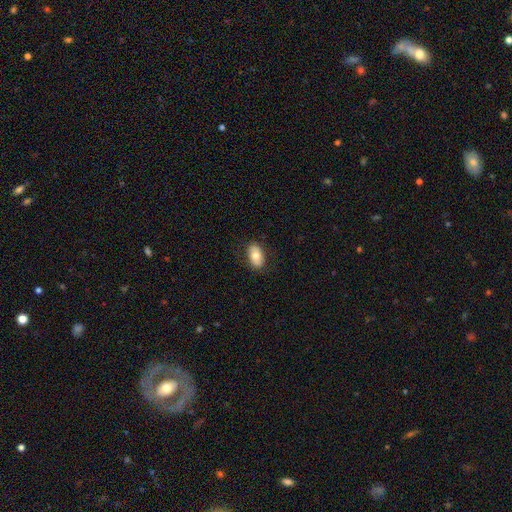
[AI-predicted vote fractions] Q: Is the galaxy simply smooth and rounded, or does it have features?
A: smooth — 71%.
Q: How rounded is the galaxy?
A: in between — 90%.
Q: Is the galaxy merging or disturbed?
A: none — 84%.